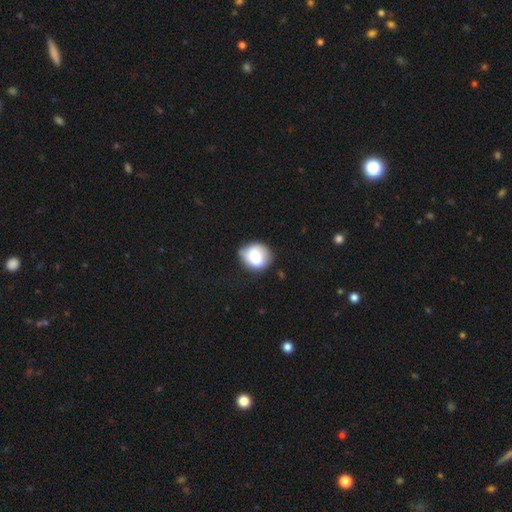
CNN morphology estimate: smooth-or-featured: smooth: 60% | featured or disk: 32% | star or artifact: 8%
  how-rounded: round: 68% | in between: 31% | cigar-shaped: 1%
  merging: none: 56% | minor disturbance: 30% | major disturbance: 10% | merger: 4%